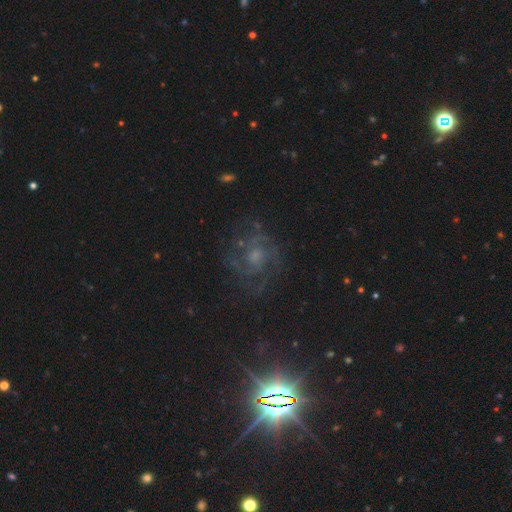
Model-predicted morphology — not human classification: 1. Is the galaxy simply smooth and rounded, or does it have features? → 70% featured or disk, 20% star or artifact, 10% smooth.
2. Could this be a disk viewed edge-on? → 97% no, 3% yes.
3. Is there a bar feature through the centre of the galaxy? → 71% no, 25% weak, 5% strong.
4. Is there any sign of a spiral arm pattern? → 91% yes, 9% no.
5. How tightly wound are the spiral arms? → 44% medium, 43% tight, 13% loose.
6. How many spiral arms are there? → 32% can't tell, 30% 2, 18% 3, 8% 4, 6% more than 4, 6% 1.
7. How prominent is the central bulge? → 40% small (tied), 40% moderate (tied), 12% none, 6% large, 2% dominant.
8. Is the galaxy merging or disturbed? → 72% none, 14% minor disturbance, 12% major disturbance, 2% merger.